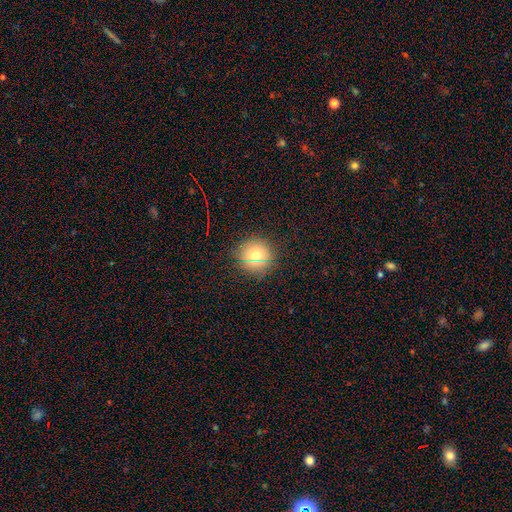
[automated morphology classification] smooth_or_featured: smooth (p=0.71) [alt: star or artifact p=0.16]
how_rounded: round (p=0.93) [alt: in between p=0.06]
merging: none (p=0.87) [alt: minor disturbance p=0.09]